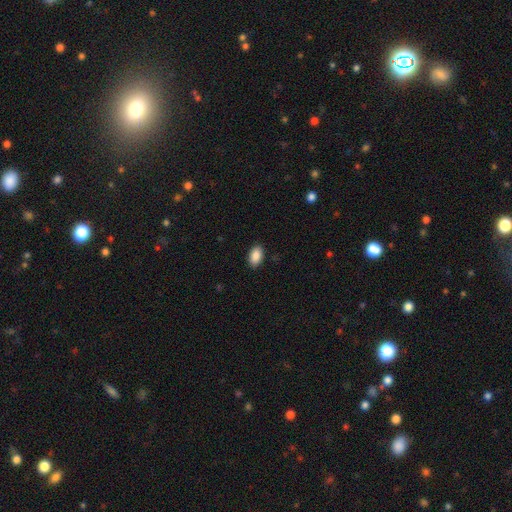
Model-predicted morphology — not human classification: A smooth galaxy with no disk features (90%) that is in between round and cigar-shaped (93%). Merging: none (89%).